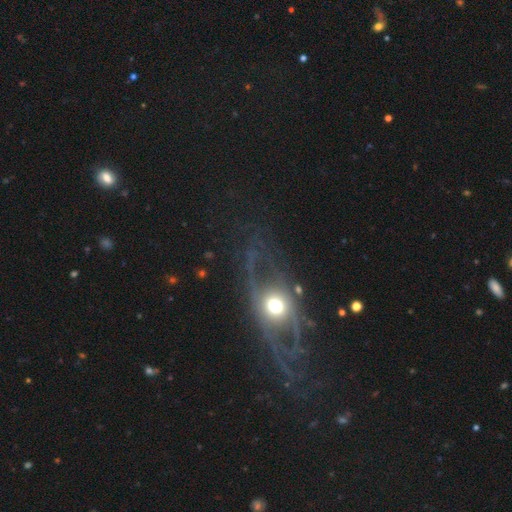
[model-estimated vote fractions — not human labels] Q: Smooth or featured?
A: featured or disk (67%); runner-up: smooth (17%)
Q: Edge-on disk?
A: no (68%); runner-up: yes (32%)
Q: Merging?
A: none (63%); runner-up: major disturbance (18%)